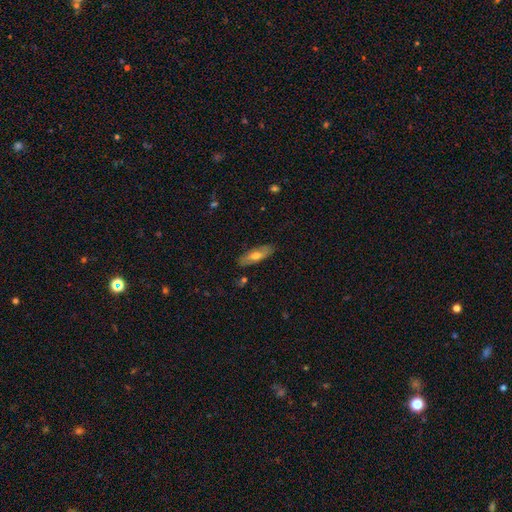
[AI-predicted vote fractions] Smooth or featured? Predicted: smooth (p=0.60). How rounded? Predicted: in between (p=0.66). Merging? Predicted: none (p=0.84).